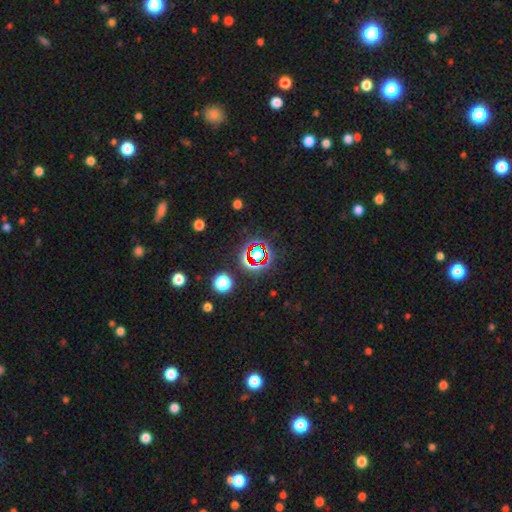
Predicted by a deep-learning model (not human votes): Smooth or featured?
  - star or artifact: 70% *
  - smooth: 19%
  - featured or disk: 11%